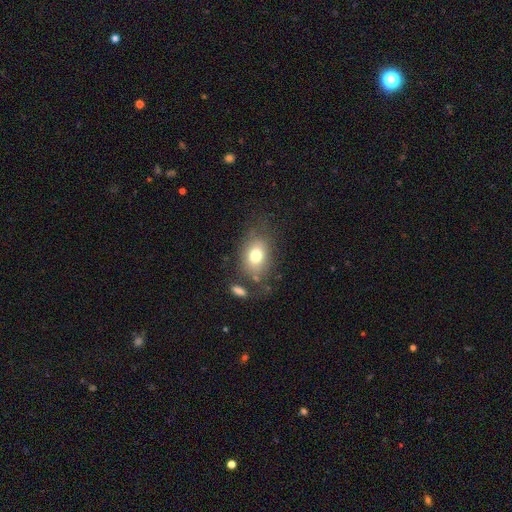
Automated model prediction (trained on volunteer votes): Q: Smooth or featured?
A: smooth (74%); runner-up: featured or disk (15%)
Q: How rounded?
A: in between (70%); runner-up: round (29%)
Q: Merging?
A: none (66%); runner-up: minor disturbance (18%)